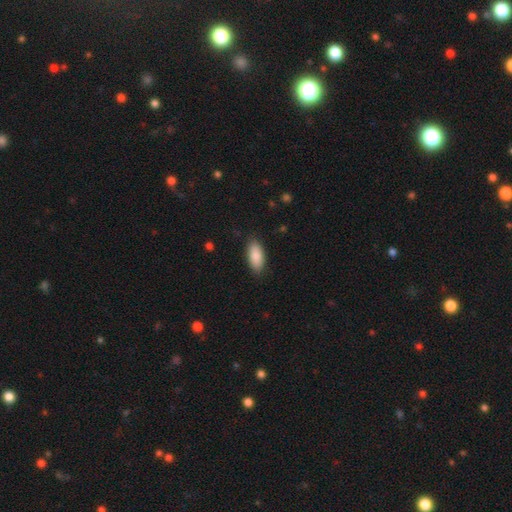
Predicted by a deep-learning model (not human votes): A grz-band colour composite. It shows a smooth galaxy with no disk features (87%) that is in between round and cigar-shaped (88%). Merging: none (86%).